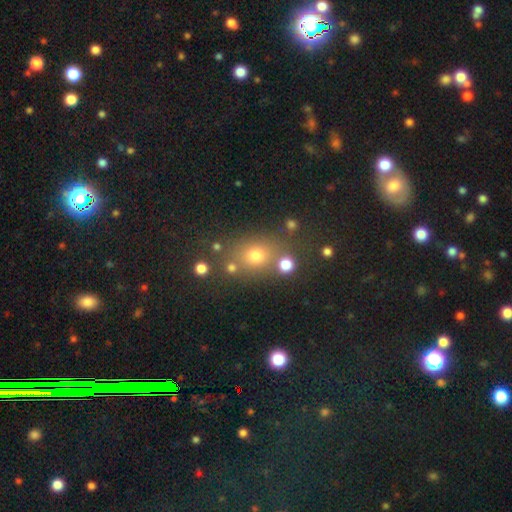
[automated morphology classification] Smooth or featured: smooth — 69% (star or artifact — 20%)
How rounded: round — 58% (in between — 41%)
Merging: none — 70% (minor disturbance — 13%)